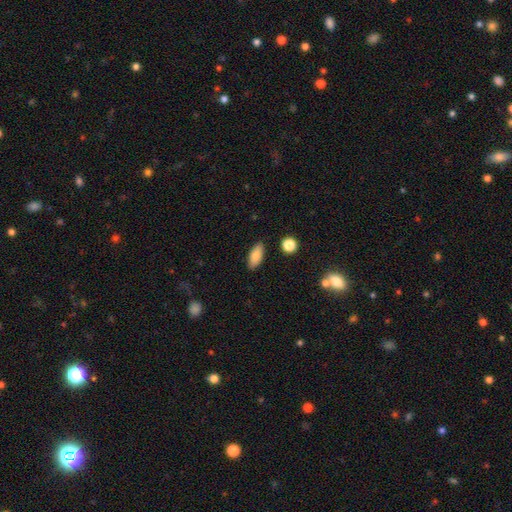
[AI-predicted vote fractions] Smooth or featured? Predicted: smooth (p=0.84). How rounded? Predicted: in between (p=0.83). Merging? Predicted: none (p=0.88).